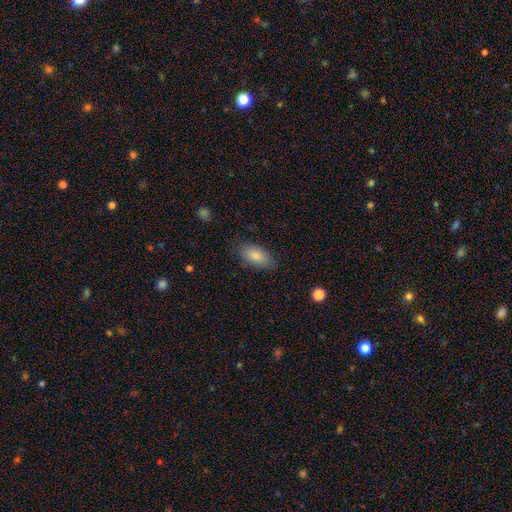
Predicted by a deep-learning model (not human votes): smooth 84%, featured or disk 9%, star or artifact 7%. Down the decision tree: how rounded — in between (92%); merging — none (79%).